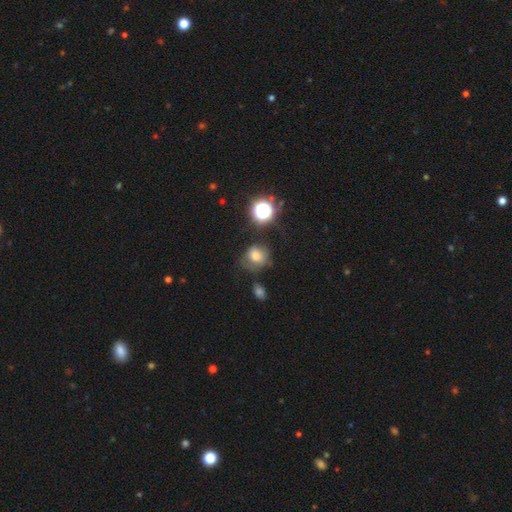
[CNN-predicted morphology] This is likely a smooth galaxy (70%). How rounded: likely round (70%). Merging: possibly none (54%).